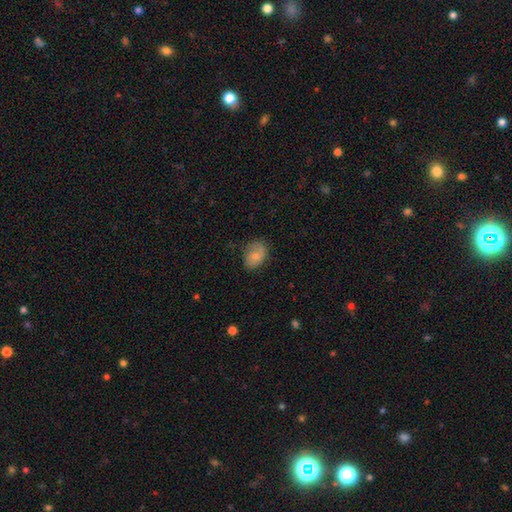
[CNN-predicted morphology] type=smooth (63%); roundness=in between (68%); merging=none (64%).